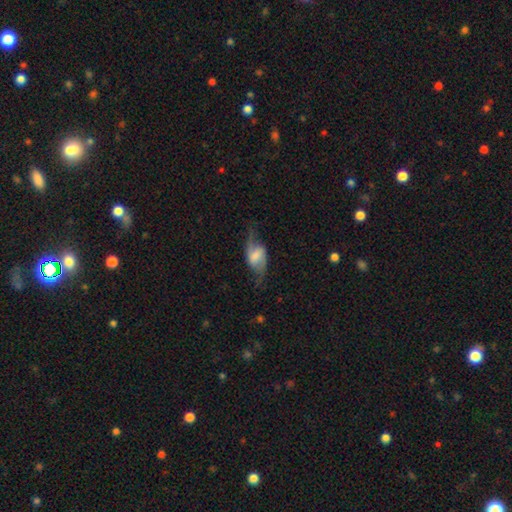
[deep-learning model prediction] Smooth or featured: featured or disk — 68% (smooth — 25%)
Edge-on disk: no — 91% (yes — 9%)
Bar: weak — 46% (strong — 27%)
Spiral arms: yes — 88% (no — 12%)
Spiral winding: loose — 71% (medium — 23%)
Spiral arm count: 2 — 90% (can't tell — 4%)
Bulge size: moderate — 29% (small — 27%)
Merging: none — 62% (minor disturbance — 21%)